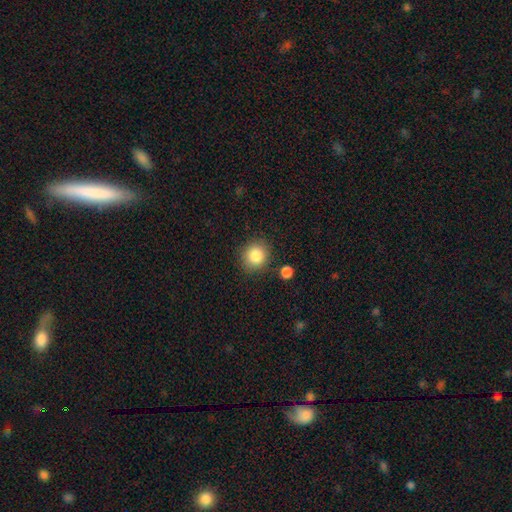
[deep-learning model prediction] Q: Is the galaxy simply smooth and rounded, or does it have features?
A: smooth — 85%.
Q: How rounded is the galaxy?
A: round — 84%.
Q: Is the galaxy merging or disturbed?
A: none — 84%.